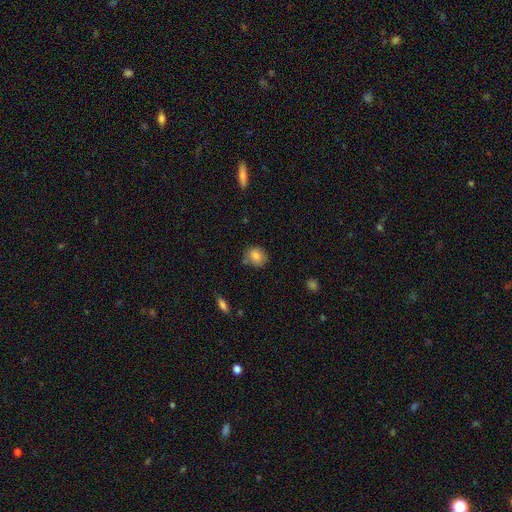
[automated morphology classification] smooth_or_featured: smooth (p=0.84) [alt: star or artifact p=0.09]
how_rounded: round (p=0.66) [alt: in between p=0.33]
merging: none (p=0.77) [alt: minor disturbance p=0.15]